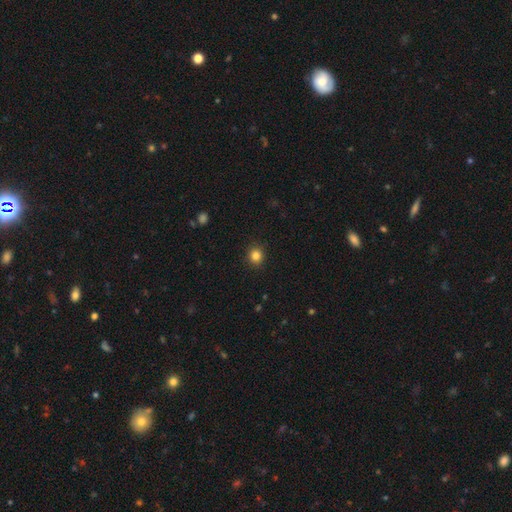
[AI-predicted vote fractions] Morphology: type=smooth (84%); roundness=round (88%); merging=none (91%).